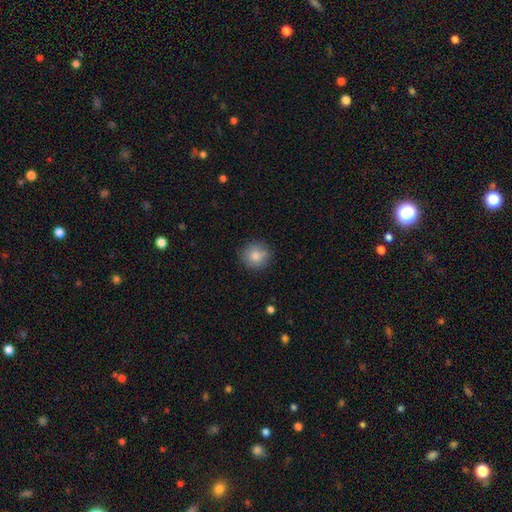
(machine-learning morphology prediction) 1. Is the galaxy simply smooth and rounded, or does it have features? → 83% smooth, 9% star or artifact, 8% featured or disk.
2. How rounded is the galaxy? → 90% round, 9% in between, 1% cigar-shaped.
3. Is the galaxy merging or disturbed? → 85% none, 11% minor disturbance, 3% major disturbance, 2% merger.